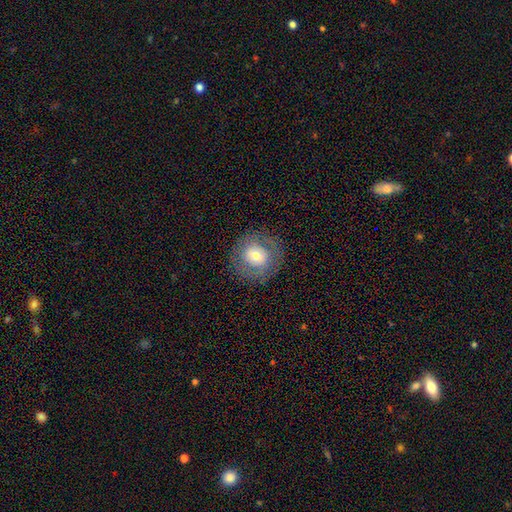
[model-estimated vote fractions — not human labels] A smooth galaxy with no disk features (53%) that is round (88%).

Vote fractions:
- Smooth or featured? smooth: 53% / featured or disk: 38% / star or artifact: 9%
- How rounded? round: 88% / in between: 11% / cigar-shaped: 1%
- Merging? none: 82% / minor disturbance: 10% / major disturbance: 6% / merger: 1%